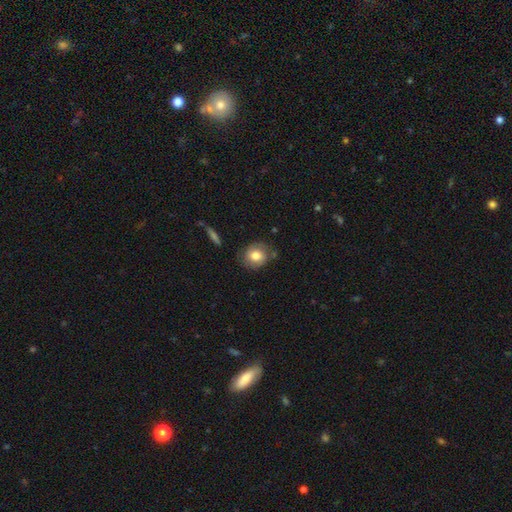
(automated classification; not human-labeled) Smooth or featured? Predicted: smooth (p=0.74). How rounded? Predicted: round (p=0.68). Merging? Predicted: none (p=0.73).